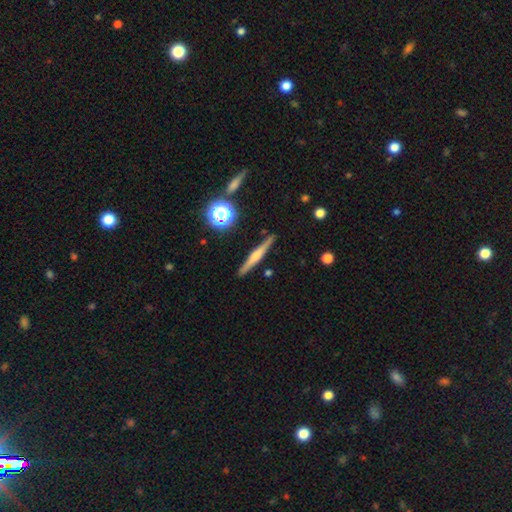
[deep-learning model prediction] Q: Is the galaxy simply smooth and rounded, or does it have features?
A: featured or disk — 65%.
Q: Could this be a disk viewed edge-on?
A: yes — 97%.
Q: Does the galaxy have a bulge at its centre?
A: rounded — 74%.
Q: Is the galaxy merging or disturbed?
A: none — 90%.